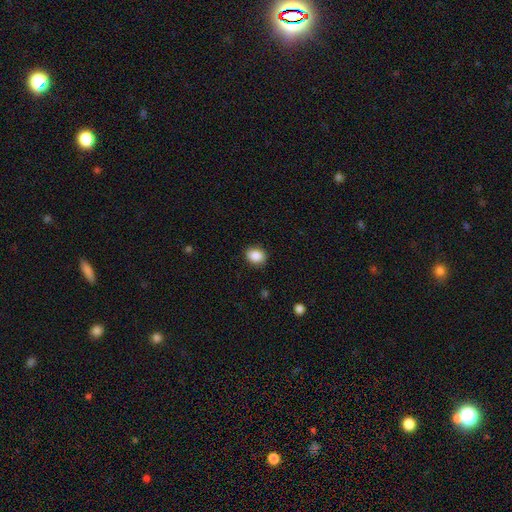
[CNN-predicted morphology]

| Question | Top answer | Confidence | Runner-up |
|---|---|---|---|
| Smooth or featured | smooth | 88% | star or artifact (8%) |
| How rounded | in between | 51% | round (48%) |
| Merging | none | 88% | minor disturbance (9%) |